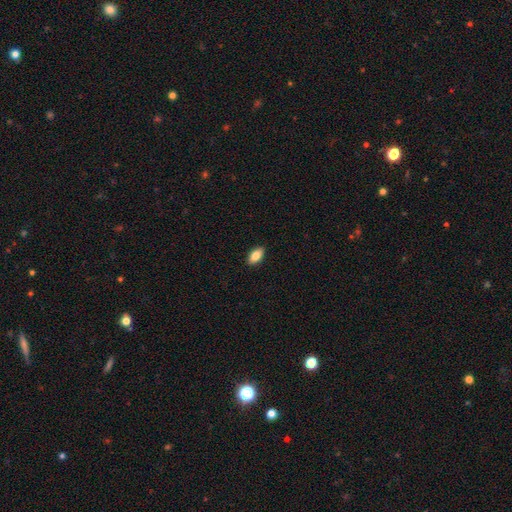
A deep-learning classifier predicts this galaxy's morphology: This appears to be a smooth galaxy with no disk features (83%) that is in between round and cigar-shaped (91%). Merging: none (90%).